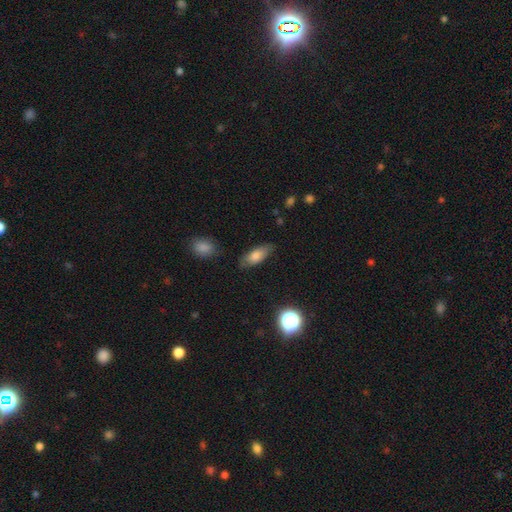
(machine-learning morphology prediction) smooth 75%, featured or disk 17%, star or artifact 8%. Down the decision tree: how rounded — in between (79%); merging — none (73%).